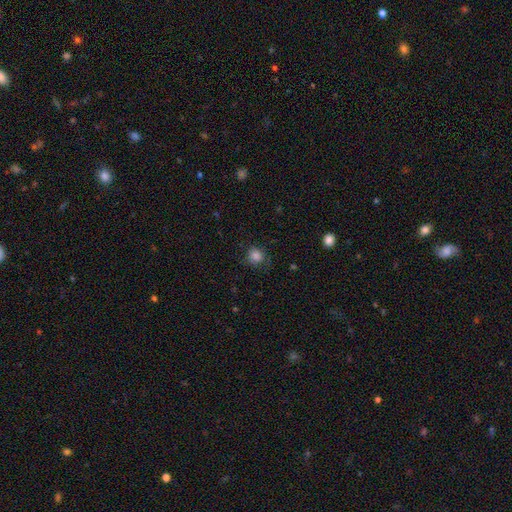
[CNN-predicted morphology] type=smooth (83%); roundness=round (84%); merging=none (76%).